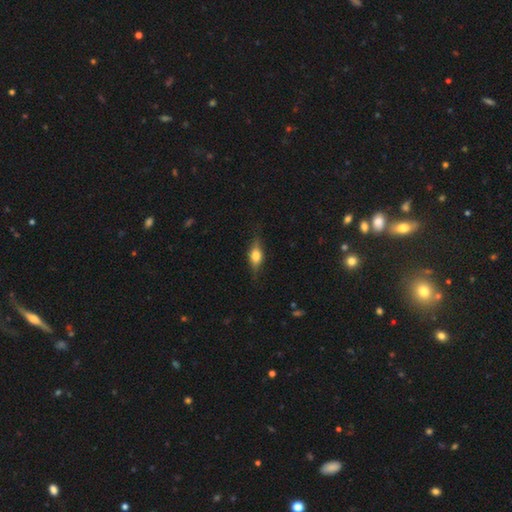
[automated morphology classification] Overall: smooth (55%; featured or disk 37%). How rounded: in between (70%). Merging: none (78%).